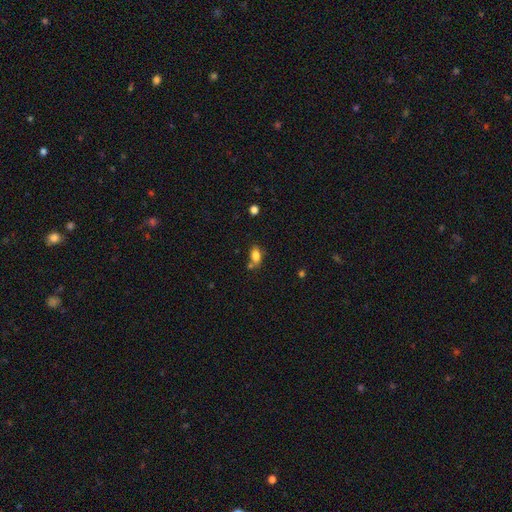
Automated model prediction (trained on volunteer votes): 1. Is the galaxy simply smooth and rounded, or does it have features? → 82% smooth, 10% star or artifact, 8% featured or disk.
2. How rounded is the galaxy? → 86% in between, 10% round, 4% cigar-shaped.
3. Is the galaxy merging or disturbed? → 60% none, 19% merger, 17% minor disturbance, 5% major disturbance.